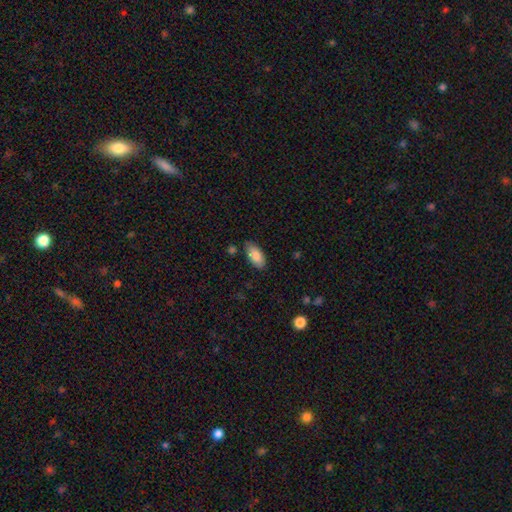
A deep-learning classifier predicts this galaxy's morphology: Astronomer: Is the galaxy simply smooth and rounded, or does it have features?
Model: smooth — 85%.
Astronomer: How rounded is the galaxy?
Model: in between — 91%.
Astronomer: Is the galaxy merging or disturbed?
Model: none — 78%.